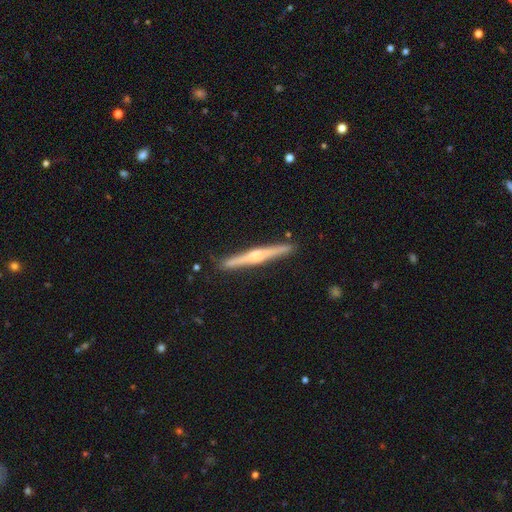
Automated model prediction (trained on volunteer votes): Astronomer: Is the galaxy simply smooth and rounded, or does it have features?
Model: featured or disk — 73%.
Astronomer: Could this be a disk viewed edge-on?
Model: yes — 98%.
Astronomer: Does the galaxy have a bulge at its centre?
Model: rounded — 74%.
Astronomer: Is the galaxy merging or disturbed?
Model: none — 90%.